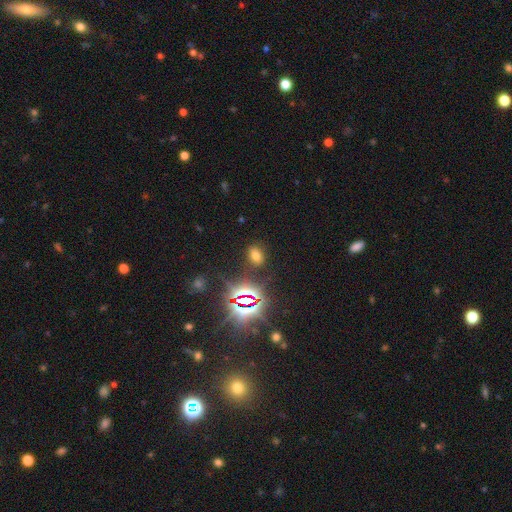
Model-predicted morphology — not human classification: Smooth or featured? smooth (54%)
How rounded? in between (73%)
Merging? none (83%)